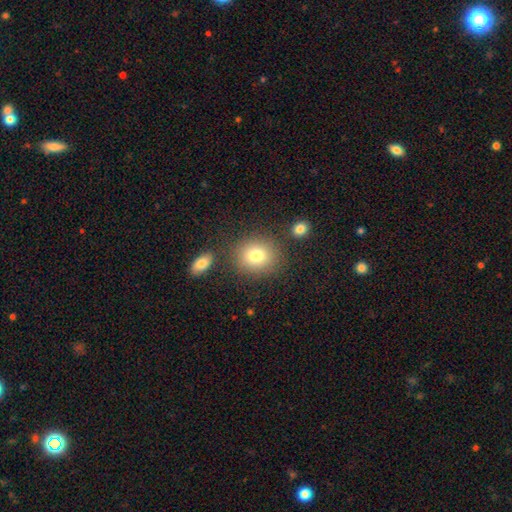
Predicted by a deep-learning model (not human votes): This is likely a smooth galaxy (79%). How rounded: likely round (67%). Merging: likely none (78%).